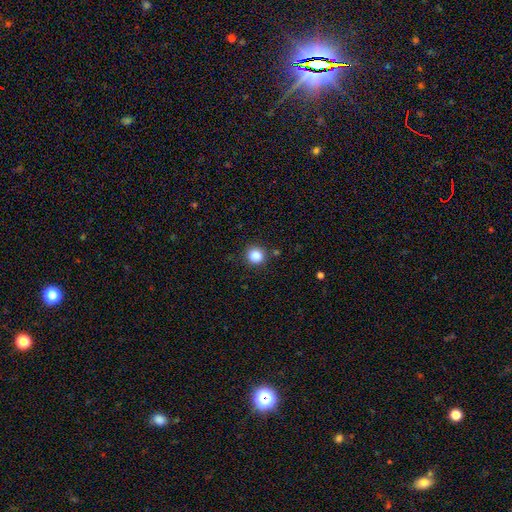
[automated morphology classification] This appears to be a smooth galaxy with no disk features (86%) that is round (89%). Merging: none (87%).